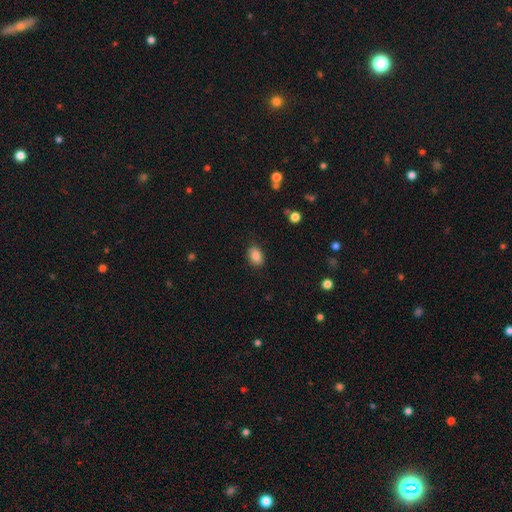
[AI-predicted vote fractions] smooth_or_featured: smooth (p=0.85) [alt: star or artifact p=0.09]
how_rounded: in between (p=0.79) [alt: round p=0.20]
merging: none (p=0.85) [alt: minor disturbance p=0.11]